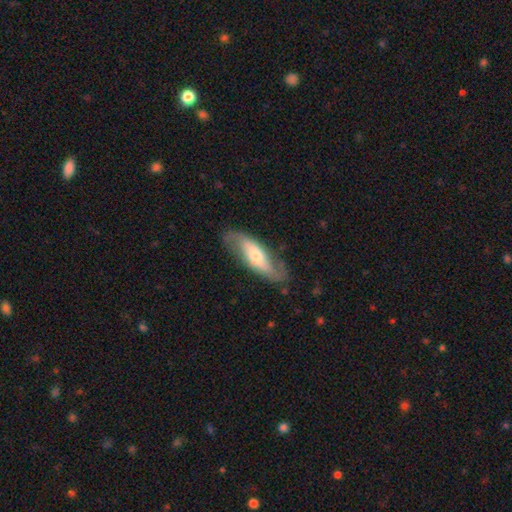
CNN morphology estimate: Overall: featured or disk (63%; smooth 31%). Edge-on disk: no (78%). Merging: none (75%).